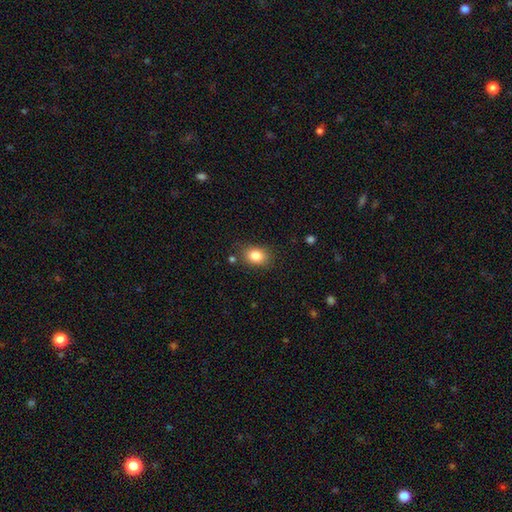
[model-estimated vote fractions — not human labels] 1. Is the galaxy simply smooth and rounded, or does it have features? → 84% smooth, 9% star or artifact, 6% featured or disk.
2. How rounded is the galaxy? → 62% in between, 37% round, 1% cigar-shaped.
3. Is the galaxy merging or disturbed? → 81% none, 13% minor disturbance, 3% major disturbance, 3% merger.